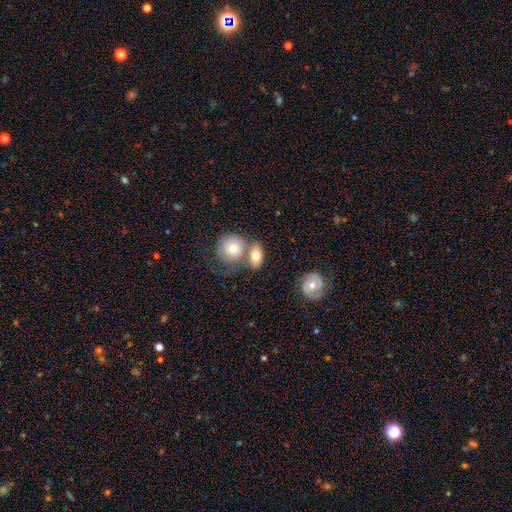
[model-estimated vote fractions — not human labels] smooth 72%, featured or disk 21%, star or artifact 7%. Down the decision tree: how rounded — in between (72%); merging — merger (46%).